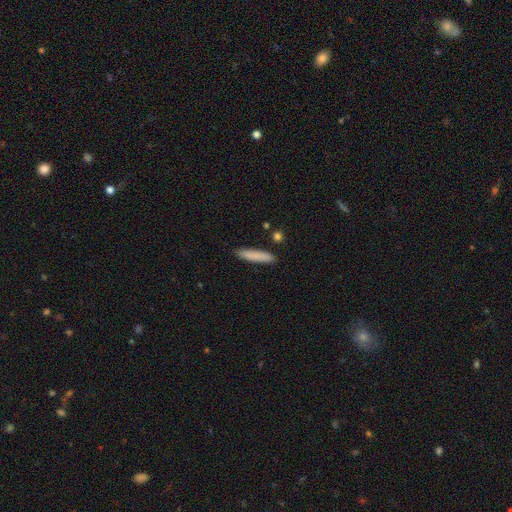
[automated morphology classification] Smooth or featured? smooth (83%)
How rounded? cigar-shaped (88%)
Merging? none (86%)